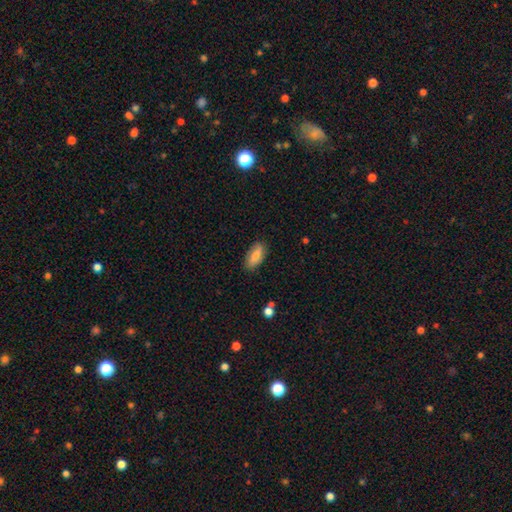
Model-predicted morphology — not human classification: Smooth or featured?
  - smooth: 74% *
  - featured or disk: 19%
  - star or artifact: 7%
How rounded?
  - in between: 86% *
  - cigar-shaped: 11%
  - round: 3%
Merging?
  - none: 82% *
  - minor disturbance: 14%
  - major disturbance: 3%
  - merger: 1%